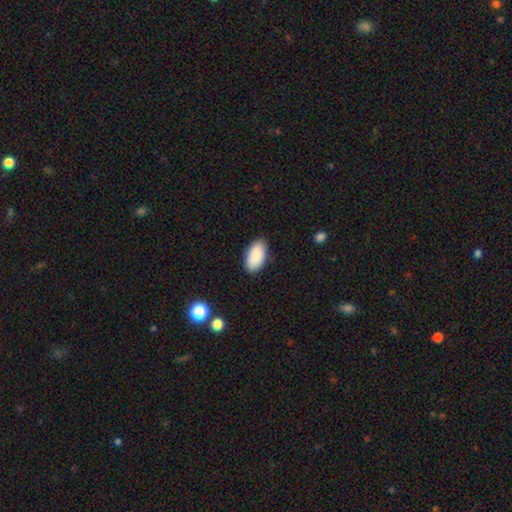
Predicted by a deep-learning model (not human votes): Overall: smooth (89%). How rounded: in between (96%). Merging: none (87%).